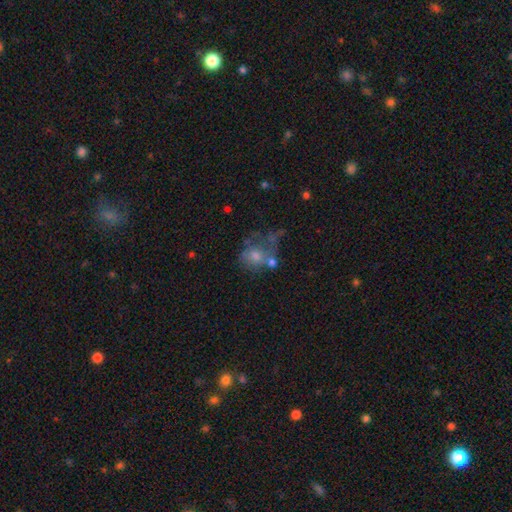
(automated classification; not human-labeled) A smooth galaxy with no disk features (49%).

Vote fractions:
- Smooth or featured? smooth: 49% / featured or disk: 35% / star or artifact: 16%
- Merging? none: 31% / major disturbance: 28% / merger: 22% / minor disturbance: 19%